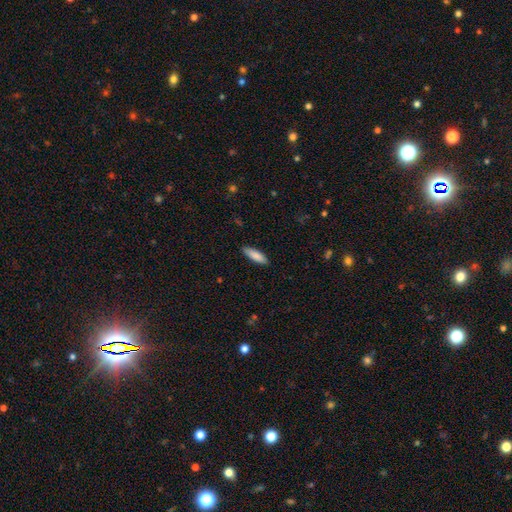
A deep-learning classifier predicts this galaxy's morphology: Overall: smooth (87%). How rounded: cigar-shaped (53%; in between 45%). Merging: none (88%).